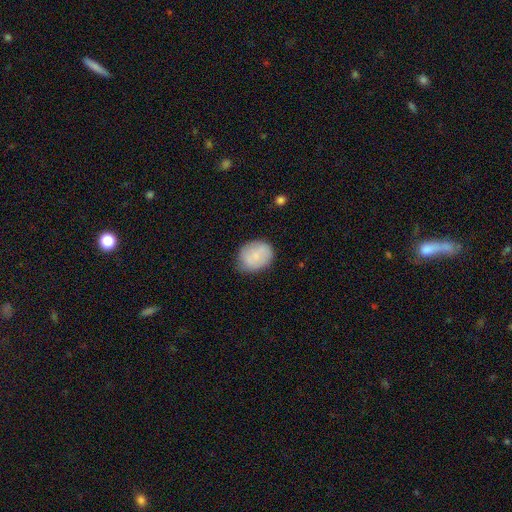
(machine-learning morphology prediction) Smooth or featured? smooth (79%)
How rounded? round (51%)
Merging? none (70%)